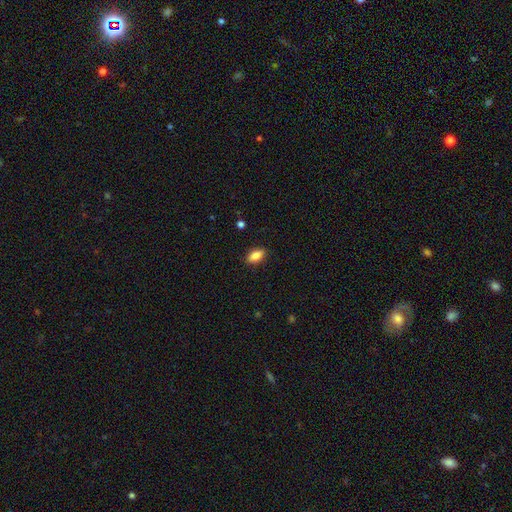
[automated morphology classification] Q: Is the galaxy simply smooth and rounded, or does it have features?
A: smooth — 83%.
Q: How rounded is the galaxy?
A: in between — 86%.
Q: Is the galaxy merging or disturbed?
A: none — 87%.